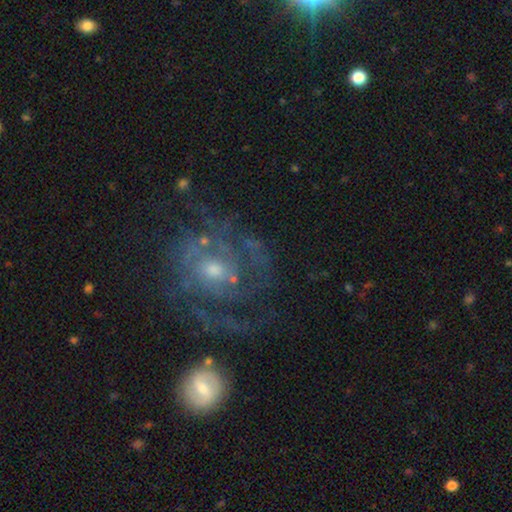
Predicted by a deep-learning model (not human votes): smooth-or-featured: featured or disk: 77% | star or artifact: 12% | smooth: 11%
  disk-edge-on: no: 97% | yes: 3%
    bar: no: 69% | weak: 25% | strong: 6%
    has-spiral-arms: yes: 80% | no: 20%
      spiral-winding: tight: 51% | medium: 35% | loose: 14%
      spiral-arm-count: can't tell: 44% | 2: 24% | 3: 14% | 1: 6% | 4: 6% | more than 4: 5%
    bulge-size: moderate: 46% | small: 45% | none: 4% | large: 4% | dominant: 1%
  merging: none: 58% | major disturbance: 19% | minor disturbance: 17% | merger: 5%